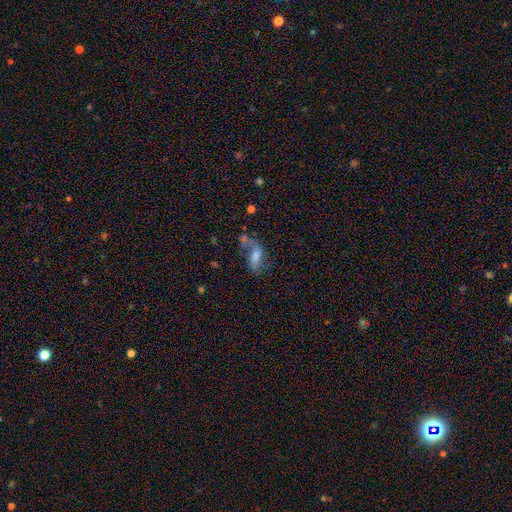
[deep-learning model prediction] featured or disk 50%, smooth 36%, star or artifact 14%. Down the decision tree: merging — none (35%).